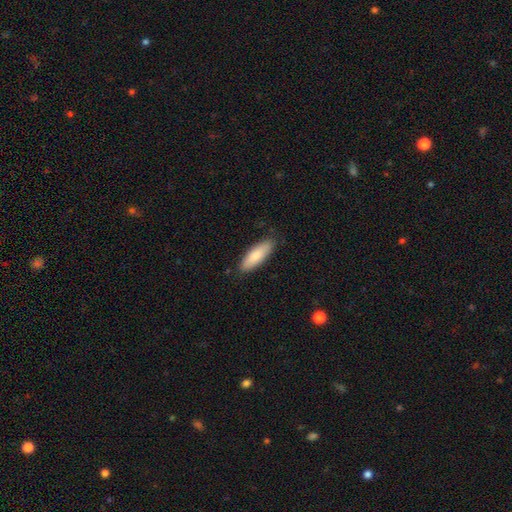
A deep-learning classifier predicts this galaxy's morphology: The model was most divided on "how rounded": in between: 56%, cigar-shaped: 43%, round: 2%. More confident: merging — none (86%); smooth or featured — smooth (82%).